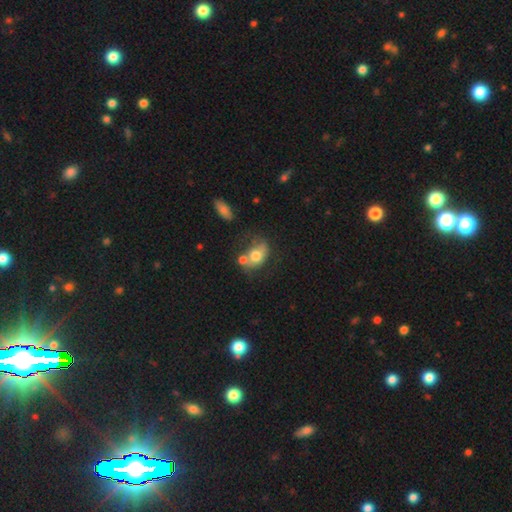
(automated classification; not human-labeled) smooth-or-featured: smooth: 61% | featured or disk: 30% | star or artifact: 8%
  how-rounded: in between: 69% | round: 29% | cigar-shaped: 2%
  merging: none: 32% | merger: 31% | minor disturbance: 21% | major disturbance: 15%